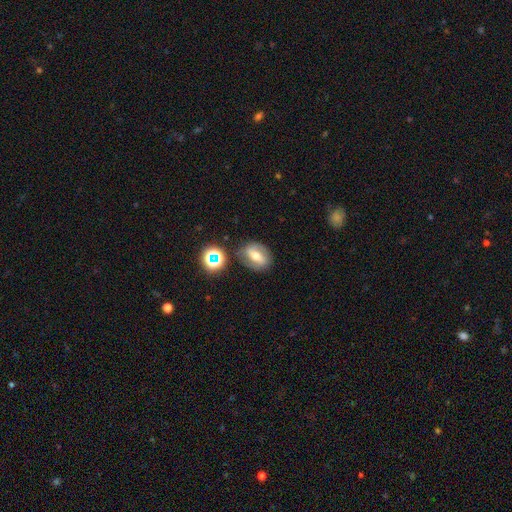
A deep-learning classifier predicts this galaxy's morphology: smooth_or_featured: featured or disk (p=0.53) [alt: smooth p=0.35]
disk_edge_on: no (p=0.90) [alt: yes p=0.10]
merging: none (p=0.78) [alt: minor disturbance p=0.13]